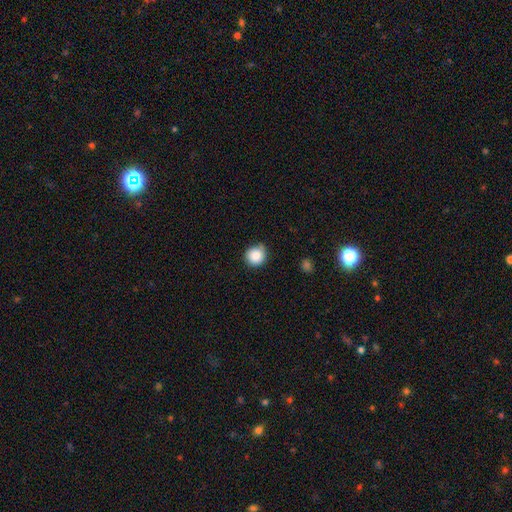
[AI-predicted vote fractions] Smooth or featured?
  - smooth: 87% *
  - star or artifact: 9%
  - featured or disk: 4%
How rounded?
  - round: 93% *
  - in between: 6%
  - cigar-shaped: 1%
Merging?
  - none: 76% *
  - minor disturbance: 19%
  - major disturbance: 3%
  - merger: 2%